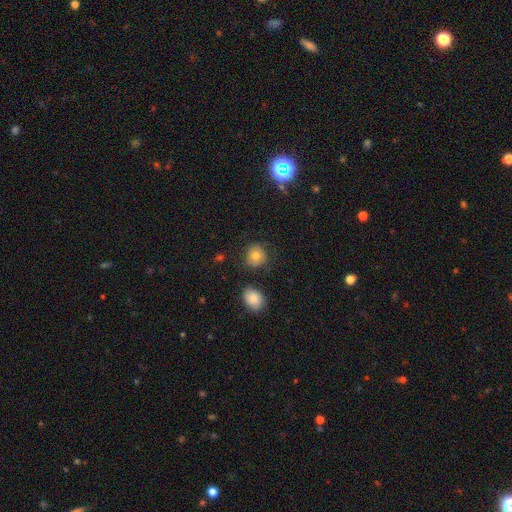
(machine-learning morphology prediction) The model was most divided on "merging": none: 73%, minor disturbance: 17%, major disturbance: 6%, merger: 4%. More confident: how rounded — round (78%); smooth or featured — smooth (75%).